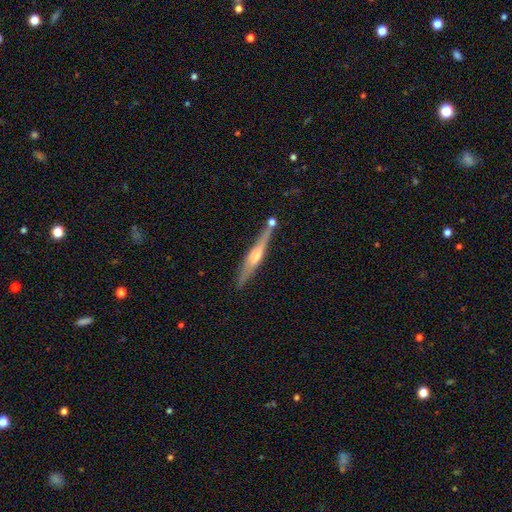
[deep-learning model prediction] Morphology: type=featured or disk (66%); edge-on=yes (96%); edge-on bulge=rounded (69%); merging=none (79%).